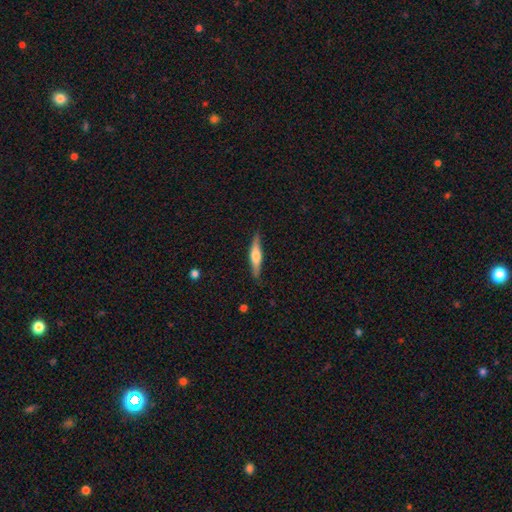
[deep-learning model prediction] smooth-or-featured: featured or disk: 49% | smooth: 45% | star or artifact: 6%
  merging: none: 87% | minor disturbance: 10% | major disturbance: 2% | merger: 1%